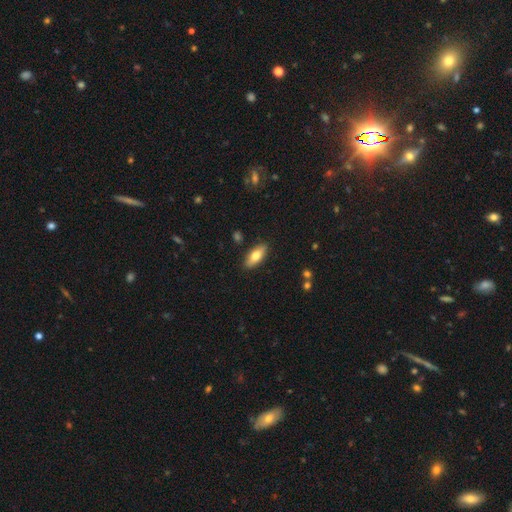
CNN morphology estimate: A smooth galaxy with no disk features (73%) that is in between round and cigar-shaped (74%). Merging: none (88%).